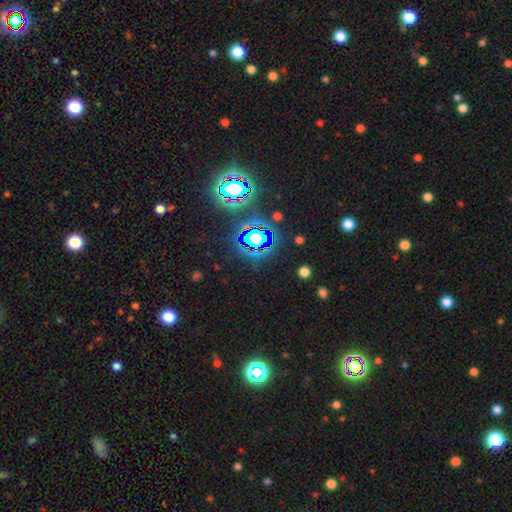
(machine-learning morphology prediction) Smooth or featured?
  - star or artifact: 81% *
  - smooth: 12%
  - featured or disk: 7%